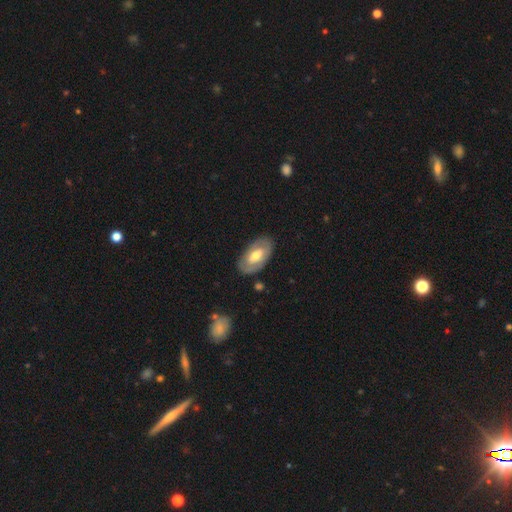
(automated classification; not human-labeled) This appears to be a featured or disk galaxy (52%). Merging: none (83%).